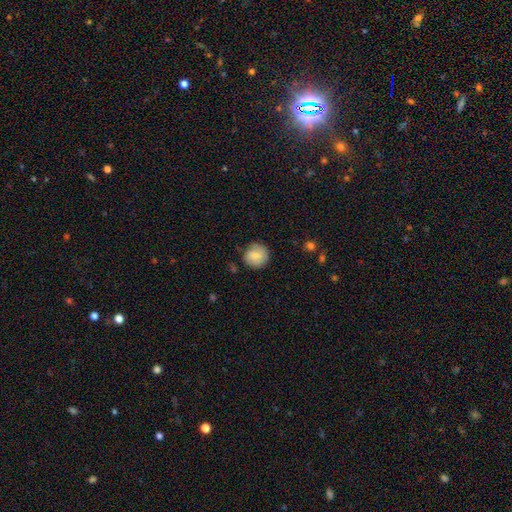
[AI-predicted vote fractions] Q: Smooth or featured?
A: smooth (69%); runner-up: featured or disk (24%)
Q: How rounded?
A: round (91%); runner-up: in between (8%)
Q: Merging?
A: none (78%); runner-up: minor disturbance (16%)